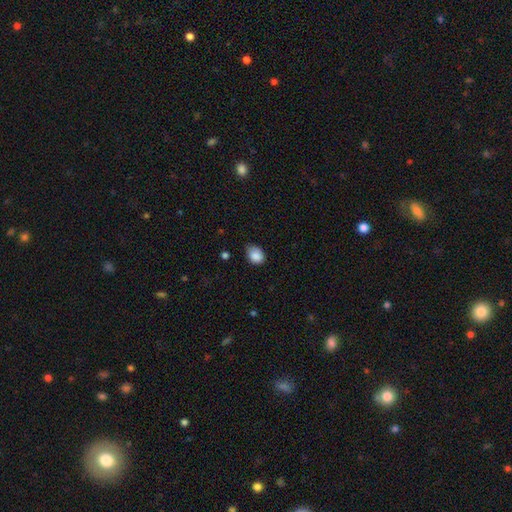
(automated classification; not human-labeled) Smooth or featured? Predicted: smooth (p=0.87). How rounded? Predicted: in between (p=0.65). Merging? Predicted: none (p=0.65).